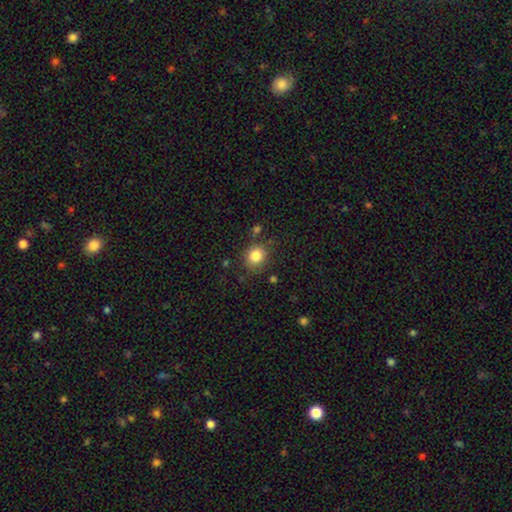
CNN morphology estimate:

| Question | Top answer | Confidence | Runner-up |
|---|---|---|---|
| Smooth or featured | smooth | 84% | star or artifact (10%) |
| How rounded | round | 71% | in between (28%) |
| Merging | none | 78% | minor disturbance (13%) |